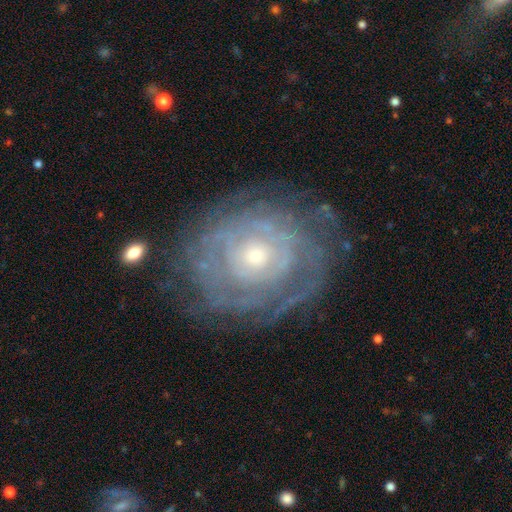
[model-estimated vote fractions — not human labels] The model was most divided on "bulge size": small: 49%, moderate: 45%, large: 3%, none: 1%, dominant: 1%. More confident: edge-on disk — no (97%); spiral arms — yes (85%); bar — no (82%); smooth or featured — featured or disk (82%); spiral winding — tight (81%); merging — none (75%); spiral arm count — can't tell (52%).